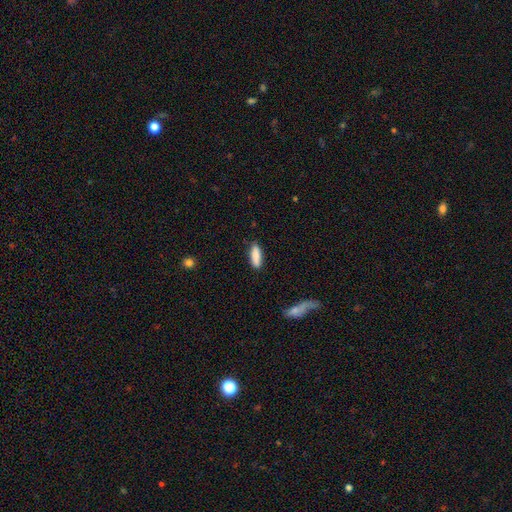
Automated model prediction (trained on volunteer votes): A smooth galaxy with no disk features (87%) that is in between round and cigar-shaped (56%).

Vote fractions:
- Smooth or featured? smooth: 87% / featured or disk: 7% / star or artifact: 6%
- How rounded? in between: 56% / cigar-shaped: 42% / round: 2%
- Merging? none: 84% / minor disturbance: 12% / major disturbance: 2% / merger: 2%